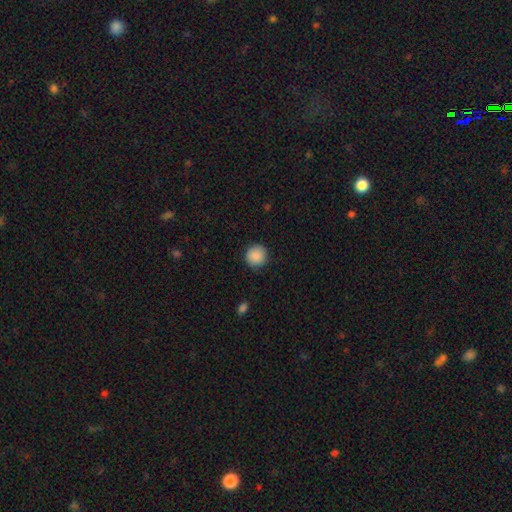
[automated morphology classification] A smooth galaxy with no disk features (89%) that is round (94%).

Vote fractions:
- Smooth or featured? smooth: 89% / star or artifact: 8% / featured or disk: 3%
- How rounded? round: 94% / in between: 5% / cigar-shaped: 1%
- Merging? none: 90% / minor disturbance: 7% / major disturbance: 2% / merger: 1%